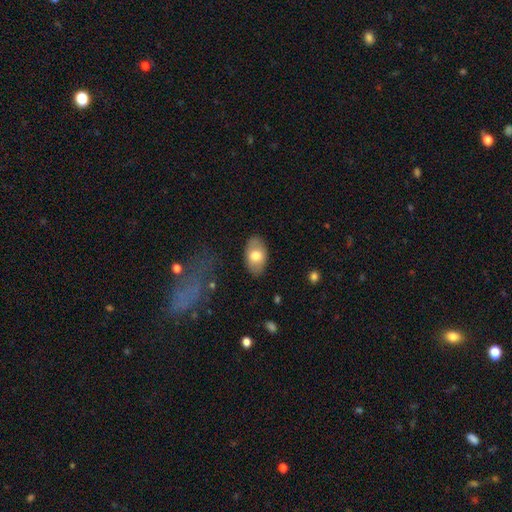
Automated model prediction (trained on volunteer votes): Q: Smooth or featured?
A: smooth (70%); runner-up: featured or disk (24%)
Q: How rounded?
A: in between (92%); runner-up: round (6%)
Q: Merging?
A: none (85%); runner-up: minor disturbance (11%)